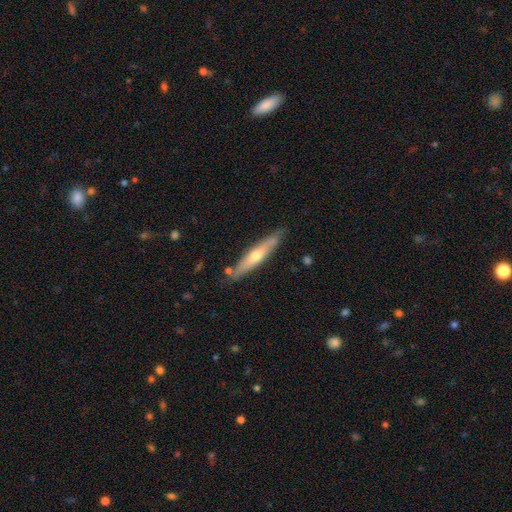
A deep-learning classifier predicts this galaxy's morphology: The model was most divided on "smooth or featured": featured or disk: 50%, smooth: 45%, star or artifact: 5%. More confident: merging — none (81%).